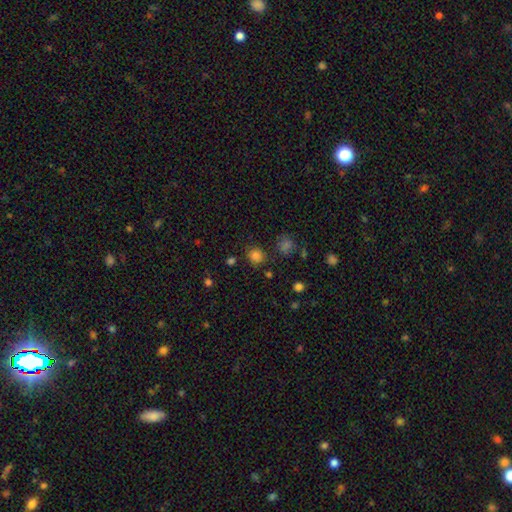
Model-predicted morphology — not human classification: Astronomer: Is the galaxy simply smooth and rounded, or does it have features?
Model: smooth — 80%.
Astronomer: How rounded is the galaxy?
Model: round — 86%.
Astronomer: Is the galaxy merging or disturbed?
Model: none — 84%.